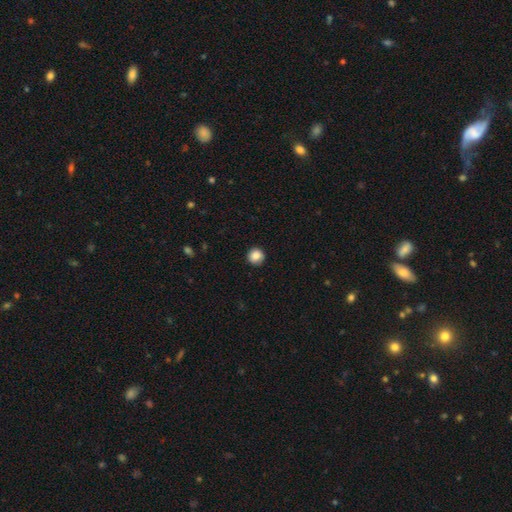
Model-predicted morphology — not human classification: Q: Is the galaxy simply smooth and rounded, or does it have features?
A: smooth — 86%.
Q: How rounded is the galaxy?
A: round — 93%.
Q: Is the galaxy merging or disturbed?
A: none — 90%.